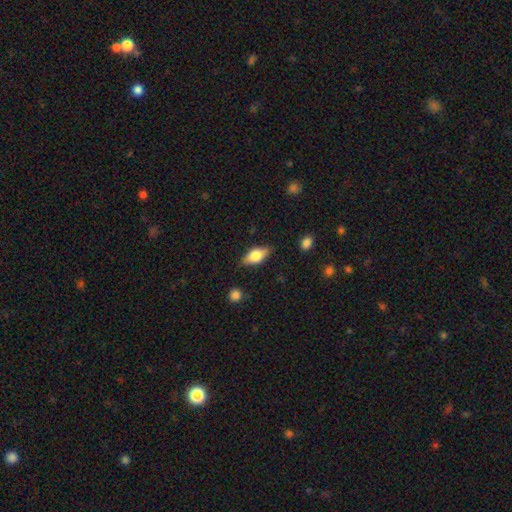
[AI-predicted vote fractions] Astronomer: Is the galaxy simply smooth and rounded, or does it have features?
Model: smooth — 61%.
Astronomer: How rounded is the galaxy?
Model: in between — 82%.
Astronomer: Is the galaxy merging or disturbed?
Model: none — 83%.